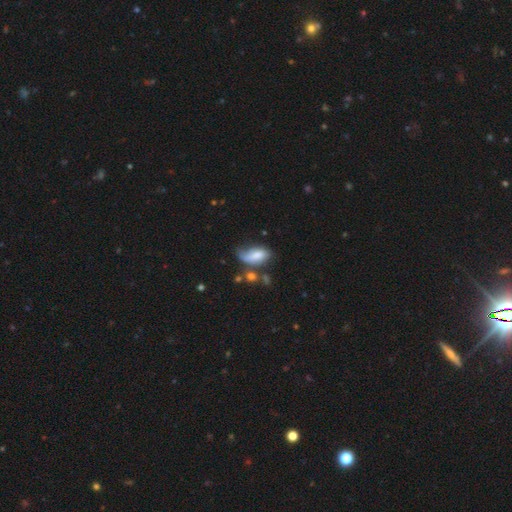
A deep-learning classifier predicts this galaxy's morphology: This is possibly a smooth galaxy (60%). How rounded: clearly in between (87%). Merging: marginally none (32%).